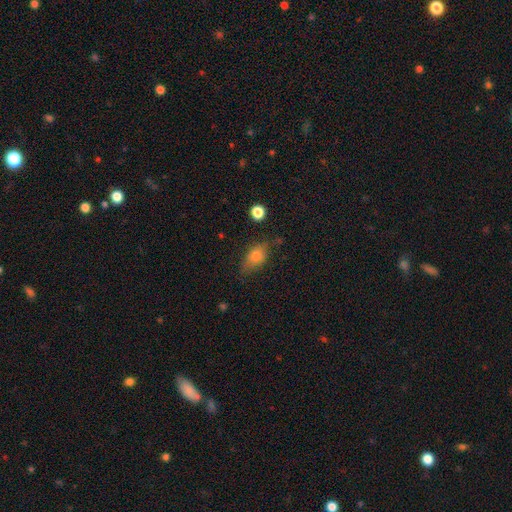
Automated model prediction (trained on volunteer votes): A smooth galaxy with no disk features (76%) that is in between round and cigar-shaped (82%). Merging: none (65%).